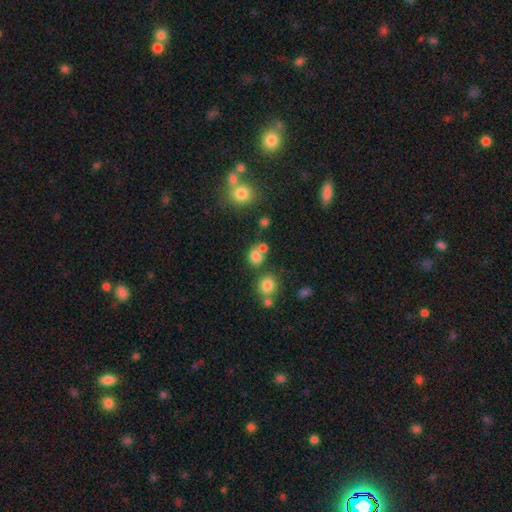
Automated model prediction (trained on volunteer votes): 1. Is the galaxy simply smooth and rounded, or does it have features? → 74% smooth, 17% star or artifact, 9% featured or disk.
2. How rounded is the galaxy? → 61% round, 38% in between, 1% cigar-shaped.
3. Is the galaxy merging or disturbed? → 50% none, 32% merger, 12% minor disturbance, 6% major disturbance.